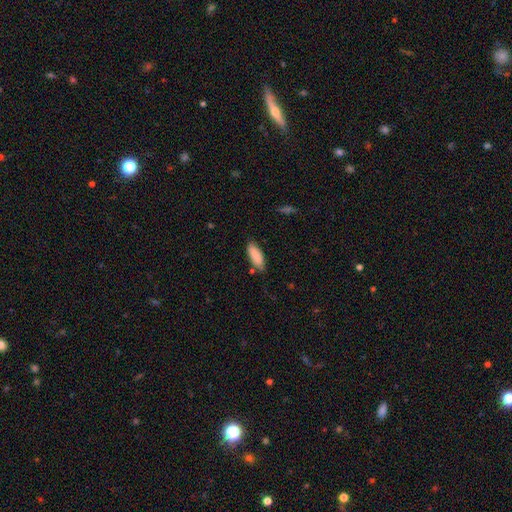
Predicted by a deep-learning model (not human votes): Smooth or featured?
  - smooth: 87% *
  - star or artifact: 6%
  - featured or disk: 6%
How rounded?
  - in between: 69% *
  - cigar-shaped: 29%
  - round: 2%
Merging?
  - none: 72% *
  - minor disturbance: 20%
  - merger: 4%
  - major disturbance: 4%